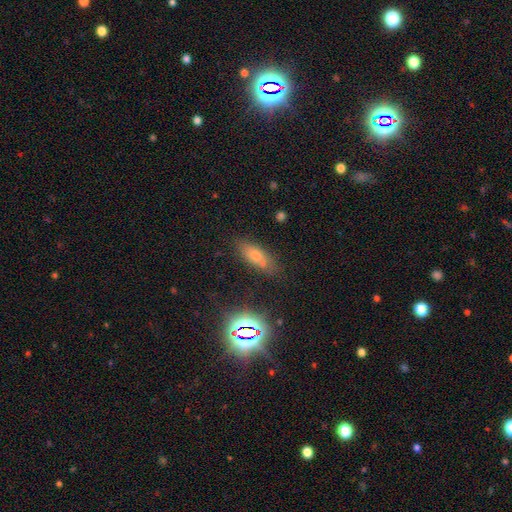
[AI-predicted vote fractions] Smooth or featured? smooth (55%)
How rounded? in between (65%)
Merging? none (77%)